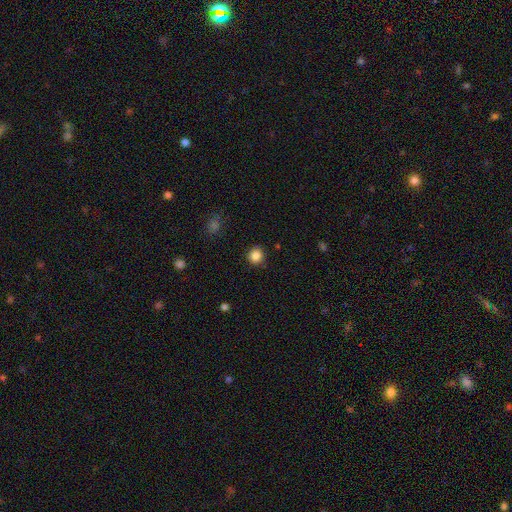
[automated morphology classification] Smooth or featured: smooth — 86% (star or artifact — 11%)
How rounded: round — 91% (in between — 8%)
Merging: none — 90% (minor disturbance — 6%)